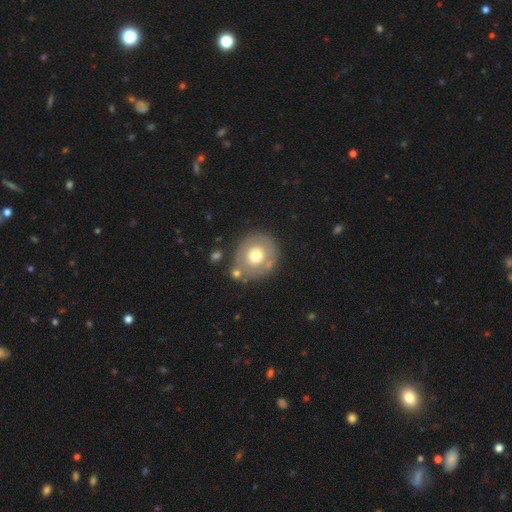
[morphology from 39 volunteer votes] smooth_or_featured: smooth (p=0.59) [alt: featured or disk p=0.41]
how_rounded: round (p=0.87) [alt: in between p=0.13]
merging: none (p=0.82) [alt: minor disturbance p=0.13]